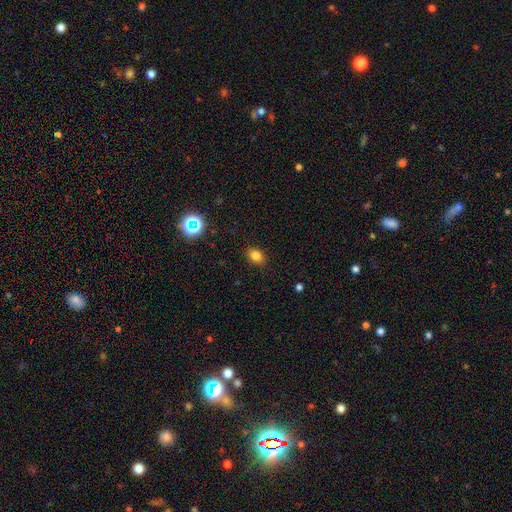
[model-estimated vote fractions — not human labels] smooth 81%, star or artifact 13%, featured or disk 6%. Down the decision tree: how rounded — in between (58%); merging — none (88%).